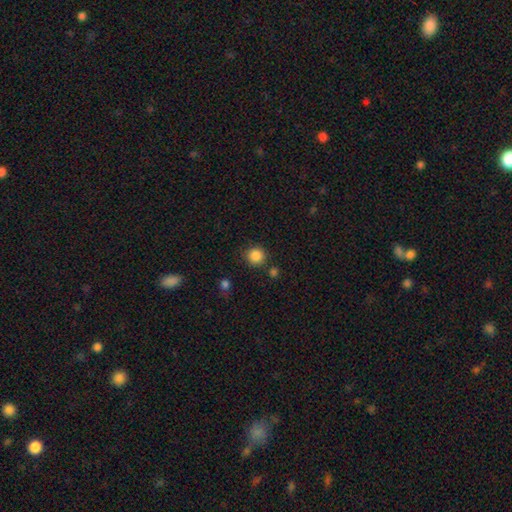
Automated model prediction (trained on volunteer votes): Smooth or featured?
  - smooth: 86% *
  - star or artifact: 11%
  - featured or disk: 4%
How rounded?
  - round: 93% *
  - in between: 6%
  - cigar-shaped: 1%
Merging?
  - none: 84% *
  - minor disturbance: 8%
  - merger: 5%
  - major disturbance: 3%